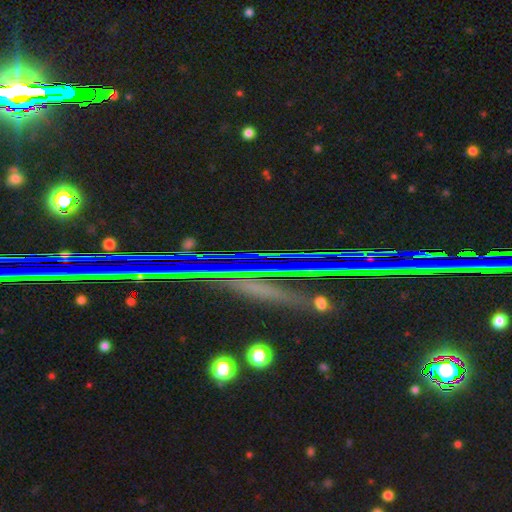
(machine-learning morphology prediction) smooth-or-featured: star or artifact: 81% | featured or disk: 10% | smooth: 9%